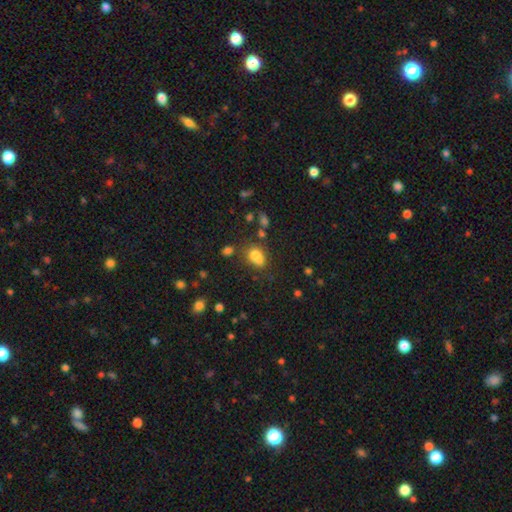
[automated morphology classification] Smooth or featured? Predicted: smooth (p=0.74). How rounded? Predicted: in between (p=0.51). Merging? Predicted: merger (p=0.40).